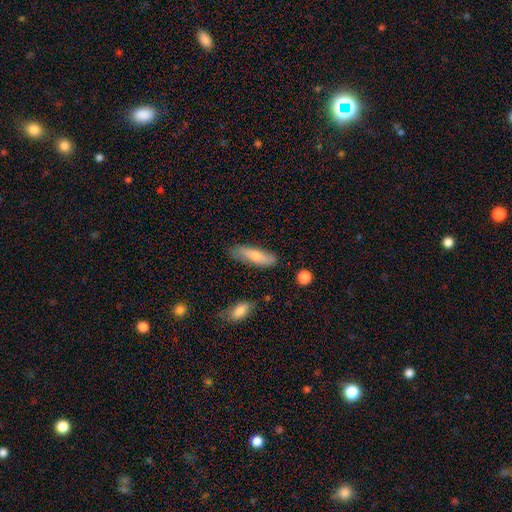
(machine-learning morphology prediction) Smooth or featured?
  - smooth: 71% *
  - featured or disk: 23%
  - star or artifact: 6%
How rounded?
  - cigar-shaped: 58% *
  - in between: 40%
  - round: 2%
Merging?
  - none: 78% *
  - minor disturbance: 16%
  - major disturbance: 3%
  - merger: 2%